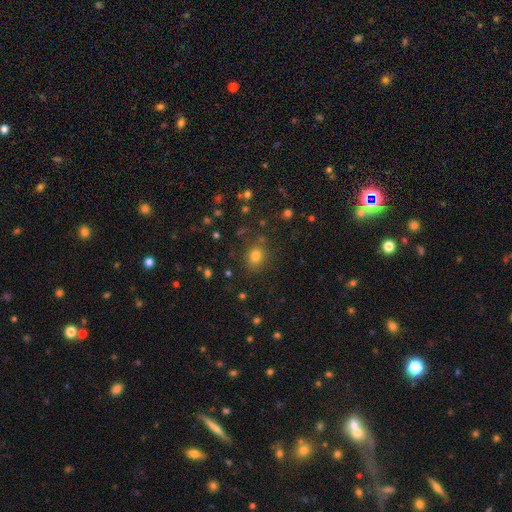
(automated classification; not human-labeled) This appears to be a smooth galaxy with no disk features (76%) that is round (62%). Merging: none (81%).